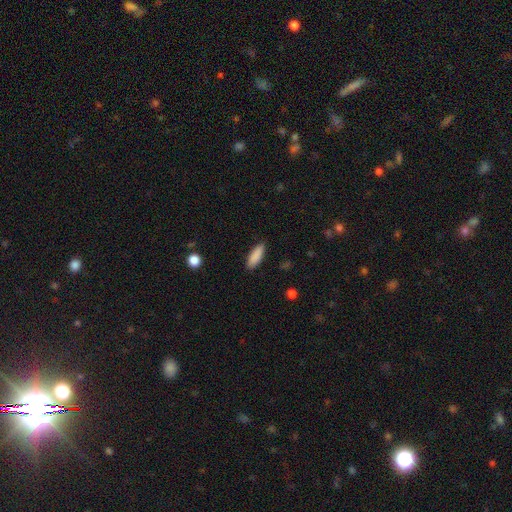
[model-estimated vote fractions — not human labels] Smooth or featured: smooth — 89% (star or artifact — 6%)
How rounded: in between — 58% (cigar-shaped — 40%)
Merging: none — 88% (minor disturbance — 9%)